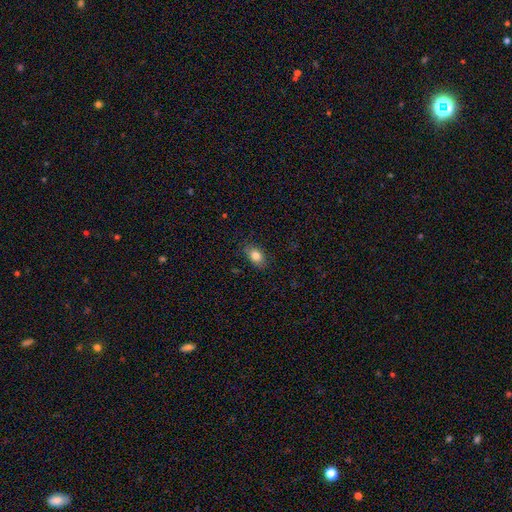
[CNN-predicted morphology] smooth_or_featured: smooth (p=0.83) [alt: star or artifact p=0.09]
how_rounded: in between (p=0.81) [alt: round p=0.18]
merging: none (p=0.81) [alt: minor disturbance p=0.15]